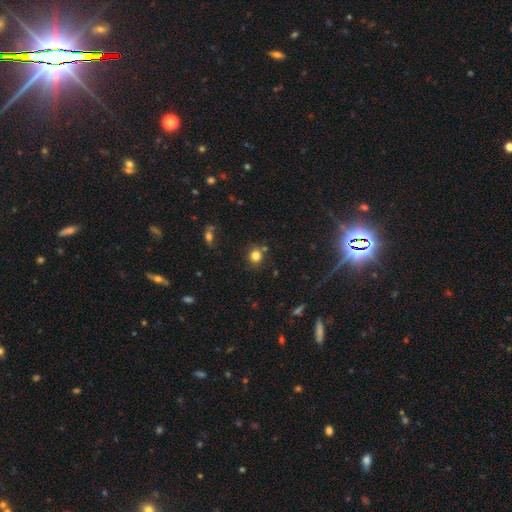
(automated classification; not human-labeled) The model was most divided on "smooth or featured": smooth: 80%, star or artifact: 13%, featured or disk: 6%. More confident: how rounded — round (84%); merging — none (80%).